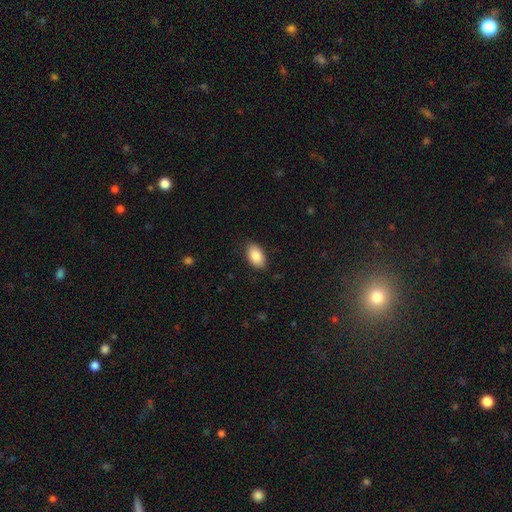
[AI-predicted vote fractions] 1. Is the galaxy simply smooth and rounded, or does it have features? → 88% smooth, 7% star or artifact, 5% featured or disk.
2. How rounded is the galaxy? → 93% in between, 5% round, 2% cigar-shaped.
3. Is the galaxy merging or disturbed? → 86% none, 11% minor disturbance, 2% major disturbance, 1% merger.